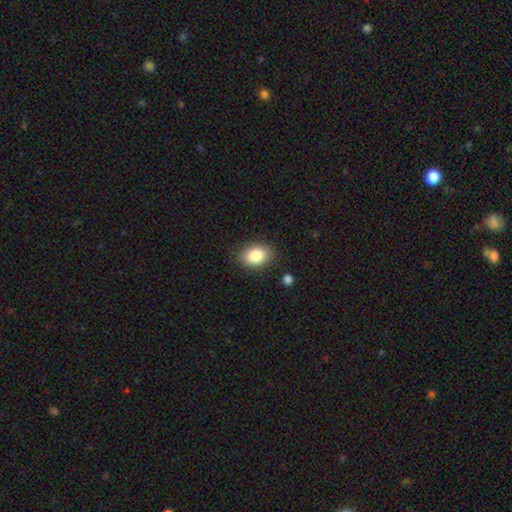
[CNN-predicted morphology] Smooth or featured? Predicted: smooth (p=0.85). How rounded? Predicted: in between (p=0.74). Merging? Predicted: none (p=0.85).